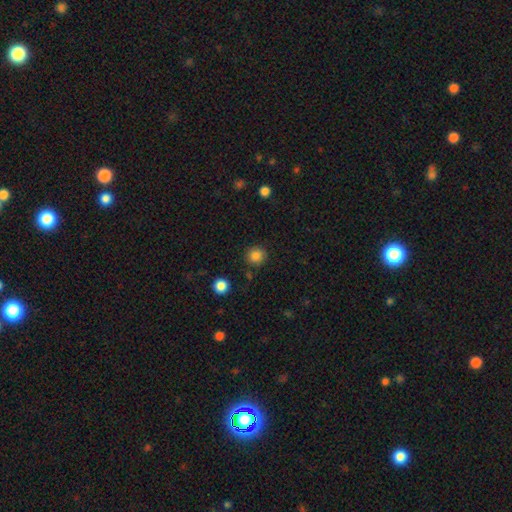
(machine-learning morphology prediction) smooth-or-featured: smooth: 84% | star or artifact: 12% | featured or disk: 4%
  how-rounded: round: 91% | in between: 8% | cigar-shaped: 1%
  merging: none: 87% | minor disturbance: 8% | merger: 3% | major disturbance: 3%